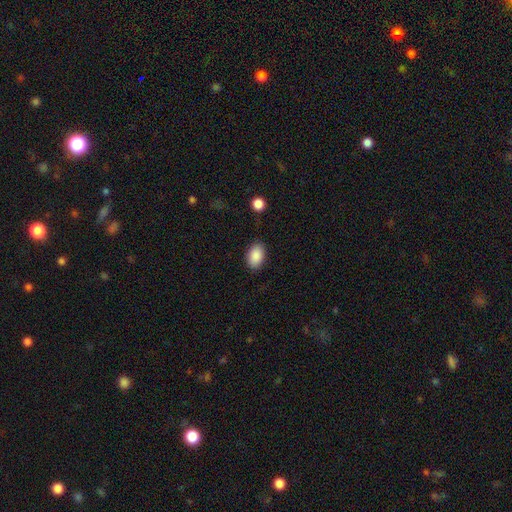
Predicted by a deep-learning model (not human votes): The model was most divided on "merging": none: 85%, minor disturbance: 11%, major disturbance: 3%, merger: 1%. More confident: how rounded — in between (89%); smooth or featured — smooth (89%).